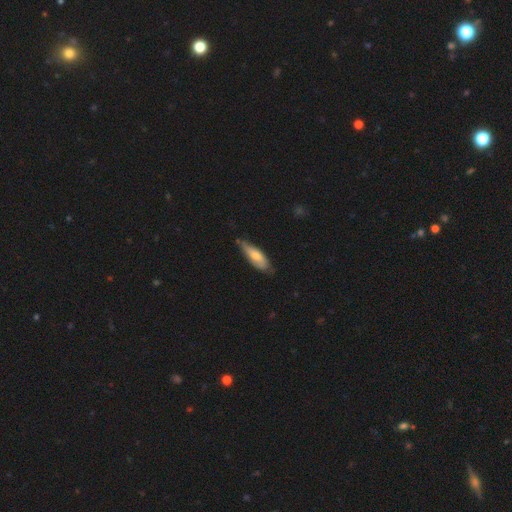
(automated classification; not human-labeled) This is likely a smooth galaxy (64%). How rounded: possibly in between (54%). Merging: possibly none (57%).